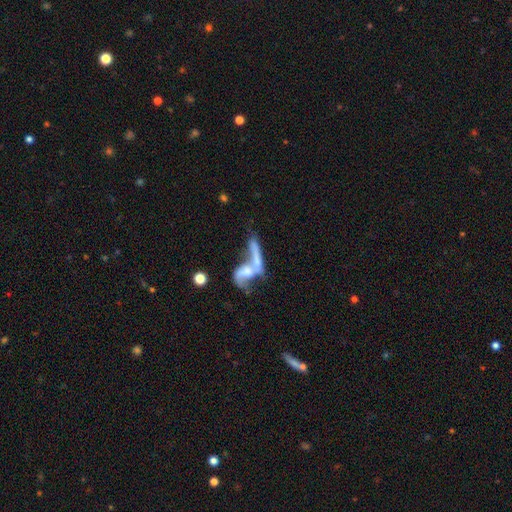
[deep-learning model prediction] This is possibly a featured or disk galaxy (56%). It is likely not viewed edge-on (79%). Merging: possibly merger (59%).